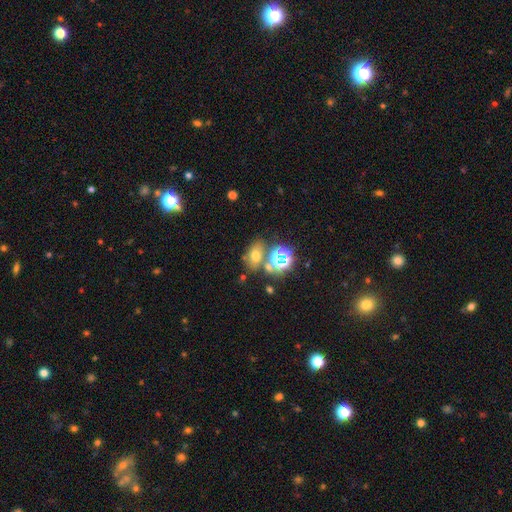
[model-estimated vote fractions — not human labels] This appears to be a smooth galaxy with no disk features (57%) that is in between round and cigar-shaped (69%). Merging: none (58%).